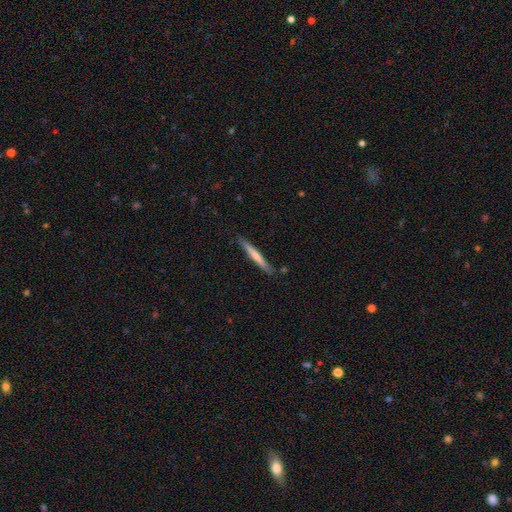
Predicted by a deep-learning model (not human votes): Smooth or featured? Predicted: smooth (p=0.63). How rounded? Predicted: cigar-shaped (p=0.96). Merging? Predicted: none (p=0.85).